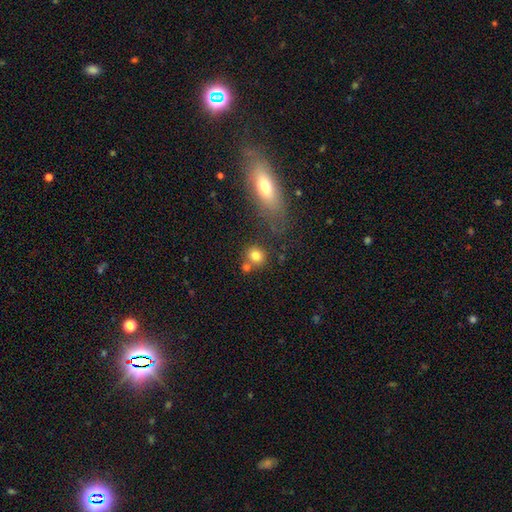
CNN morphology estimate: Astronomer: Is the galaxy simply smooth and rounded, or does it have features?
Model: smooth — 79%.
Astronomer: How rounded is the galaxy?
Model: round — 85%.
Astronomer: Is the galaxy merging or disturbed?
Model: none — 64%.